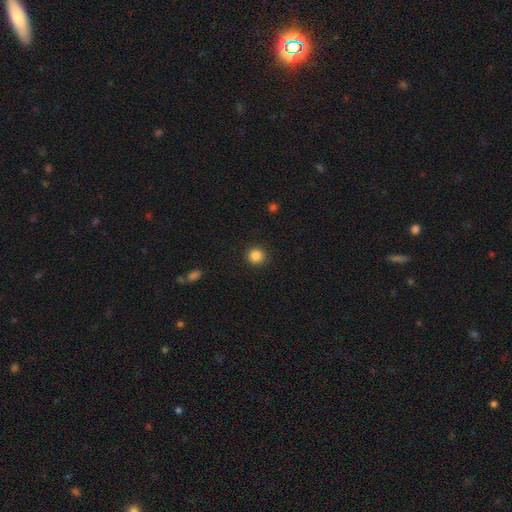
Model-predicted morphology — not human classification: A smooth galaxy with no disk features (86%) that is round (93%). Merging: none (92%).